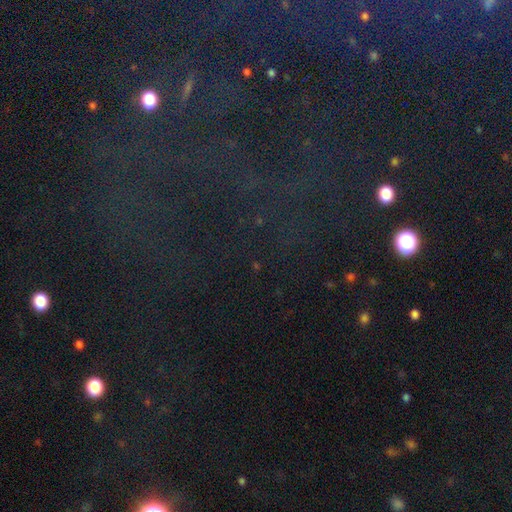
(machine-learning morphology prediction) A star or artifact, not a galaxy (76%).

Vote fractions:
- Smooth or featured? star or artifact: 76% / smooth: 14% / featured or disk: 10%